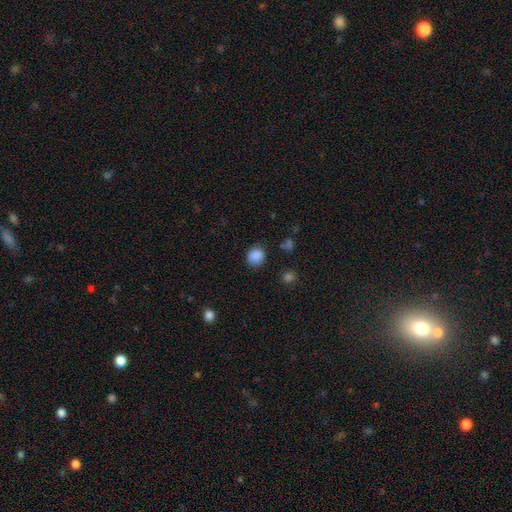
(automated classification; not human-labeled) This appears to be a smooth galaxy with no disk features (87%) that is round (76%). Merging: none (84%).